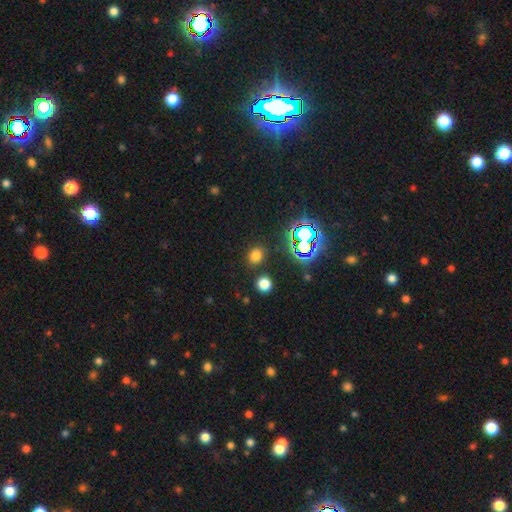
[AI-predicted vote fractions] Smooth or featured? smooth (67%)
How rounded? round (66%)
Merging? none (85%)